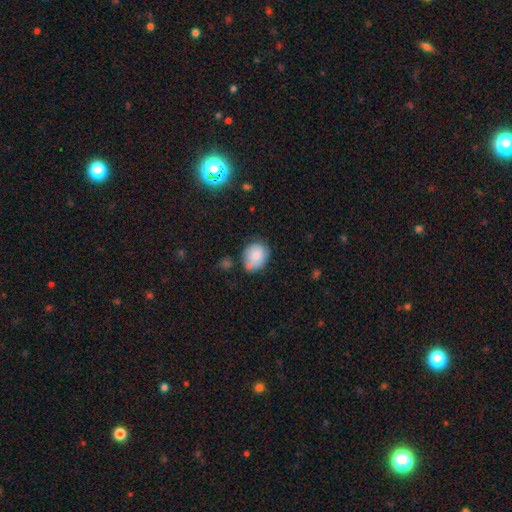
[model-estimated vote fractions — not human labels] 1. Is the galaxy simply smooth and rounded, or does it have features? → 79% smooth, 13% featured or disk, 8% star or artifact.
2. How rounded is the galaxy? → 51% round, 48% in between, 1% cigar-shaped.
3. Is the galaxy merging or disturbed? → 59% none, 27% minor disturbance, 9% merger, 6% major disturbance.